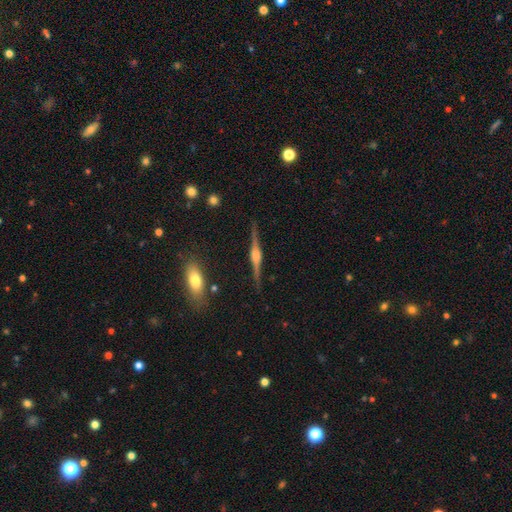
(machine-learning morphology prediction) This appears to be a featured or disk galaxy (86%) viewed edge-on (98%) with a rounded central bulge (80%). Merging: none (87%).